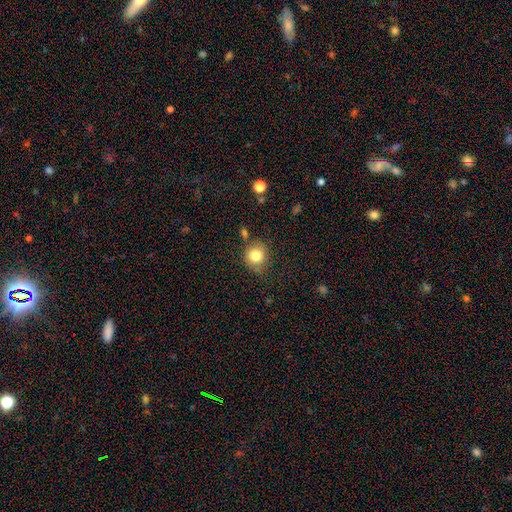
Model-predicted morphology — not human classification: This is clearly a smooth galaxy (81%). How rounded: clearly round (86%). Merging: likely none (75%).